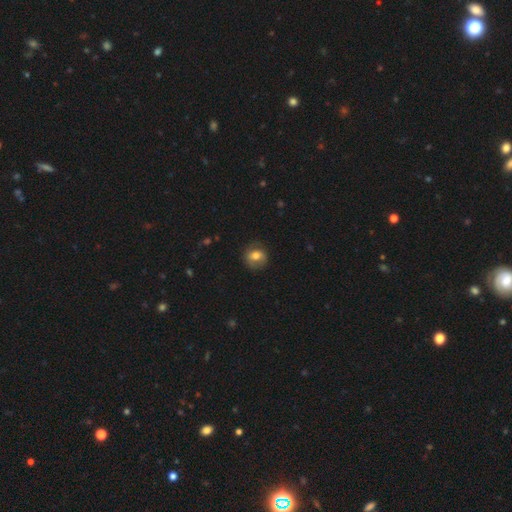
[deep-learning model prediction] This appears to be a smooth galaxy with no disk features (65%) that is round (71%). Merging: none (75%).